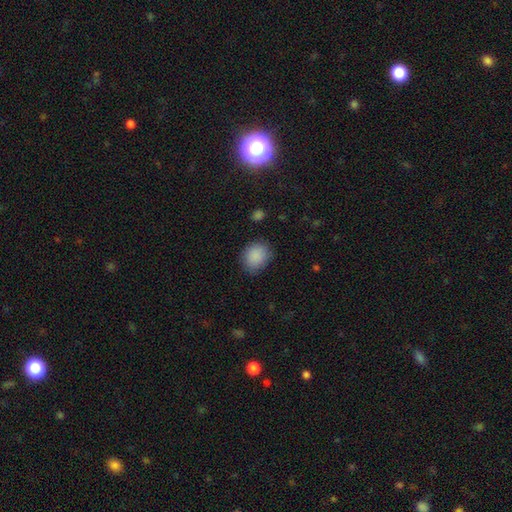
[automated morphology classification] type=smooth (88%); roundness=round (58%); merging=none (82%).